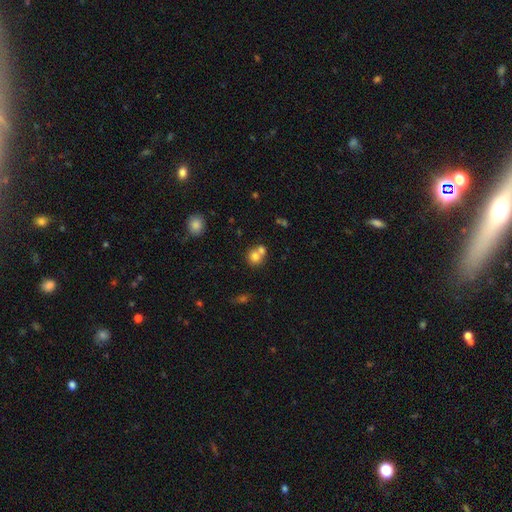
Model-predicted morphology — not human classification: Q: Smooth or featured?
A: smooth (74%); runner-up: featured or disk (15%)
Q: How rounded?
A: round (79%); runner-up: in between (21%)
Q: Merging?
A: merger (52%); runner-up: none (38%)